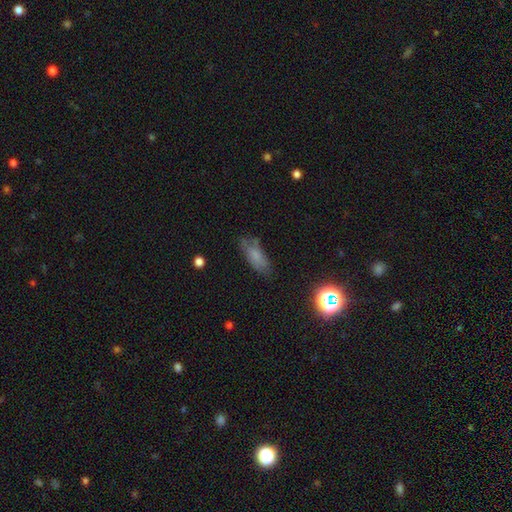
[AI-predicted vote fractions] A smooth galaxy with no disk features (66%) that is in between round and cigar-shaped (75%).

Vote fractions:
- Smooth or featured? smooth: 66% / featured or disk: 20% / star or artifact: 13%
- How rounded? in between: 75% / cigar-shaped: 21% / round: 4%
- Merging? none: 67% / minor disturbance: 23% / major disturbance: 7% / merger: 3%